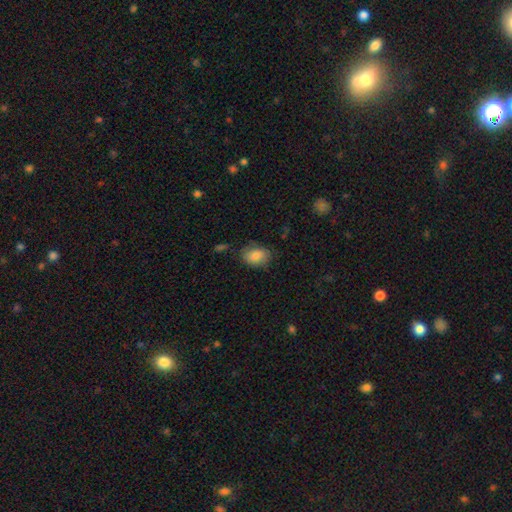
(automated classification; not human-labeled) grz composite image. It shows a smooth galaxy with no disk features (83%) that is in between round and cigar-shaped (77%). Merging: none (72%).